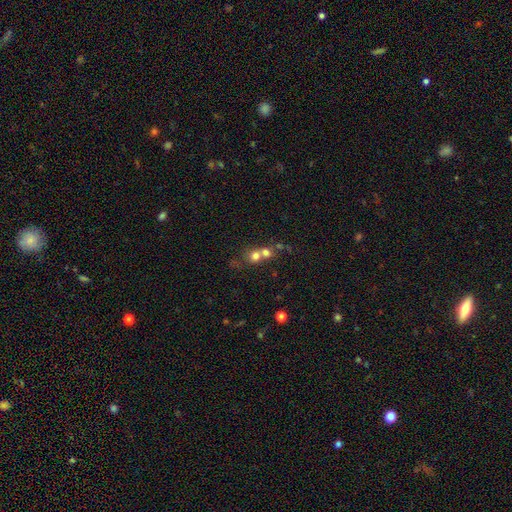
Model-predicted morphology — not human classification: smooth_or_featured: smooth (p=0.69) [alt: featured or disk p=0.17]
how_rounded: round (p=0.80) [alt: in between p=0.19]
merging: merger (p=0.63) [alt: none p=0.28]